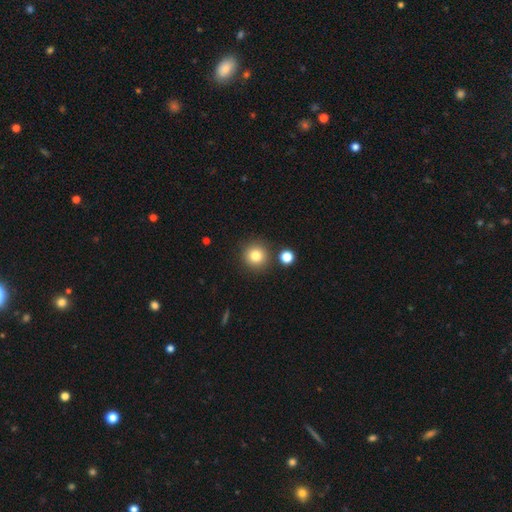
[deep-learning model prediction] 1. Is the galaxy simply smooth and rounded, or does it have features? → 82% smooth, 12% star or artifact, 6% featured or disk.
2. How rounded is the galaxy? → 94% round, 5% in between, 1% cigar-shaped.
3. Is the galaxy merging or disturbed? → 86% none, 7% minor disturbance, 5% merger, 2% major disturbance.